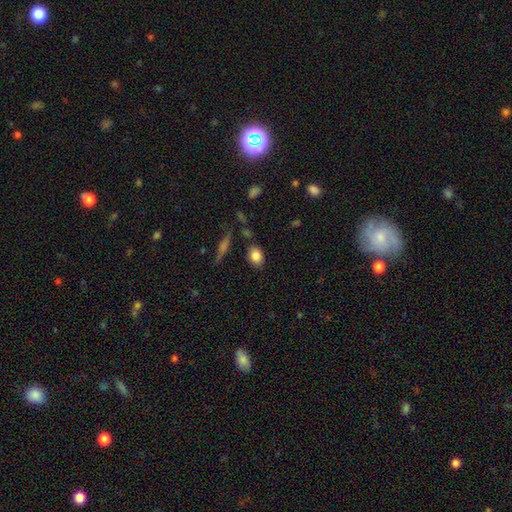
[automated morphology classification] Smooth or featured? smooth (84%)
How rounded? in between (70%)
Merging? none (82%)